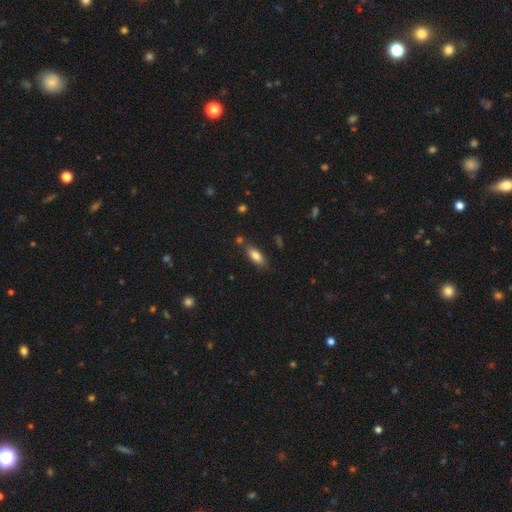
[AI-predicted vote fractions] A smooth galaxy with no disk features (82%) that is in between round and cigar-shaped (79%). Merging: none (75%).